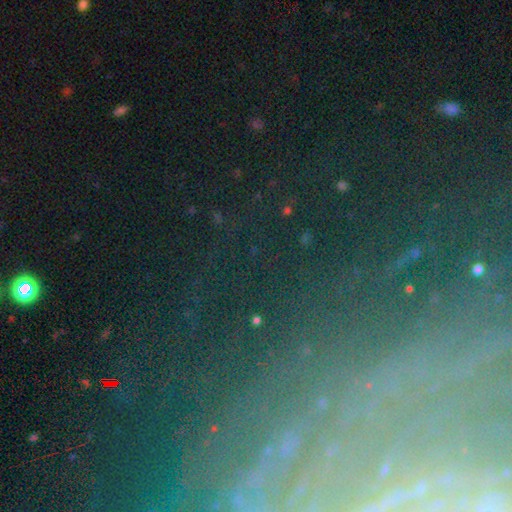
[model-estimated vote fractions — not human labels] This appears to be a star or artifact, not a galaxy (56%).